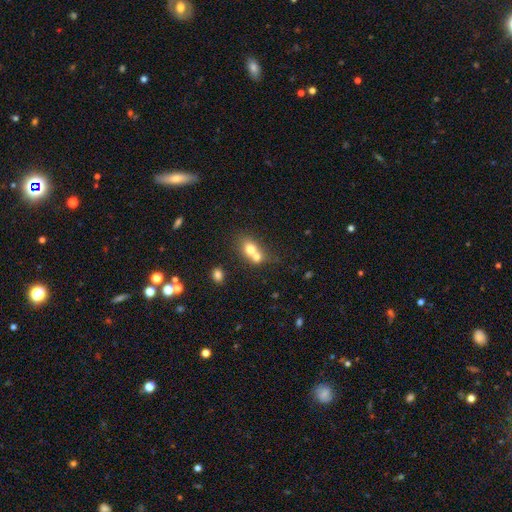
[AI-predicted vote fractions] Smooth or featured?
  - smooth: 68% *
  - featured or disk: 19%
  - star or artifact: 13%
How rounded?
  - round: 52% *
  - in between: 46%
  - cigar-shaped: 2%
Merging?
  - merger: 64% *
  - none: 26%
  - minor disturbance: 7%
  - major disturbance: 4%